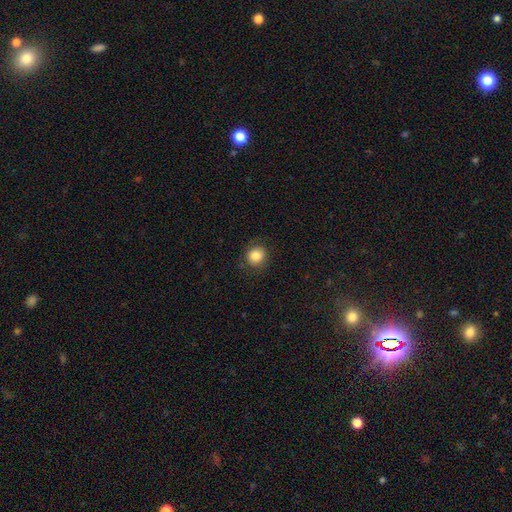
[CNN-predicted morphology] The model was most divided on "how rounded": round: 84%, in between: 15%, cigar-shaped: 1%. More confident: merging — none (84%); smooth or featured — smooth (84%).